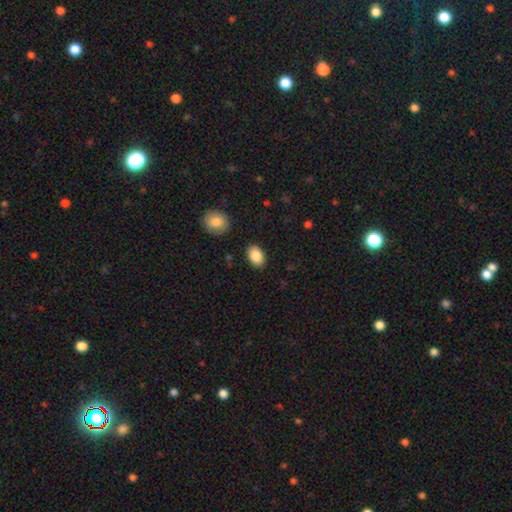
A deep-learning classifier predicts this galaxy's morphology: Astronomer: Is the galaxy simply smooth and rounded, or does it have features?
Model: smooth — 87%.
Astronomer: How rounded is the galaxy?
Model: in between — 85%.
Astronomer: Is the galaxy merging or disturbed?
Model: none — 87%.